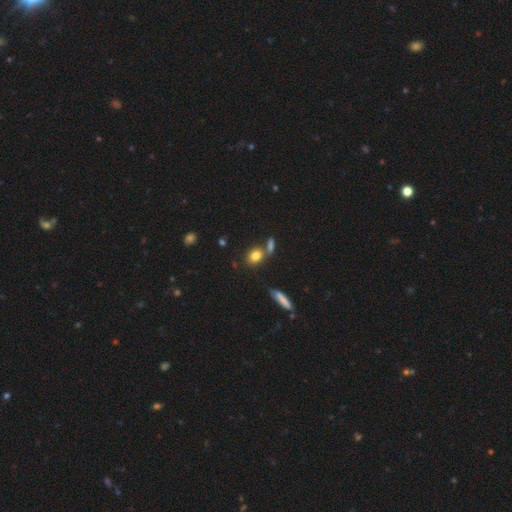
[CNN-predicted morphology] Smooth or featured?
  - smooth: 80% *
  - star or artifact: 10%
  - featured or disk: 9%
How rounded?
  - in between: 51% *
  - round: 44%
  - cigar-shaped: 5%
Merging?
  - none: 66% *
  - merger: 19%
  - minor disturbance: 11%
  - major disturbance: 4%